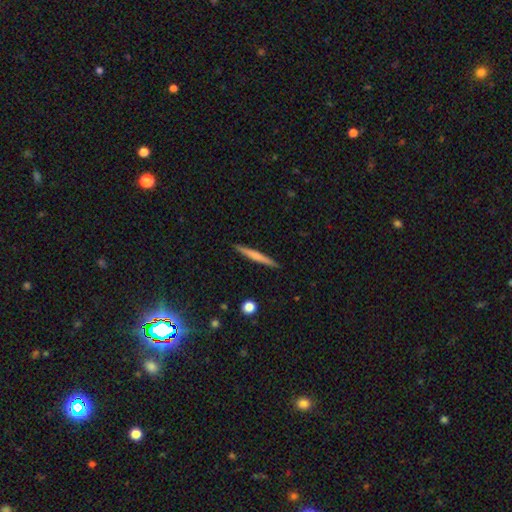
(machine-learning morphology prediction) Smooth or featured? smooth (57%)
How rounded? cigar-shaped (96%)
Merging? none (91%)